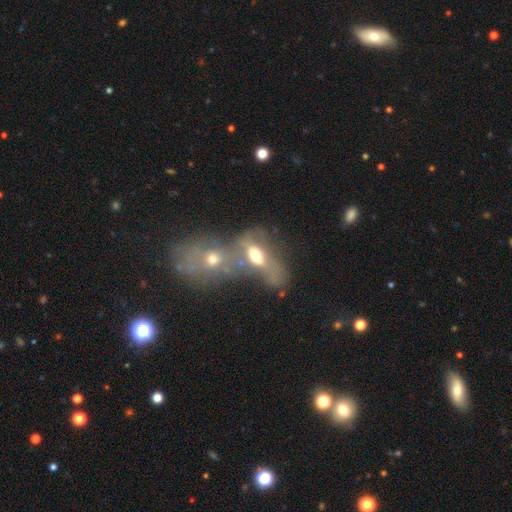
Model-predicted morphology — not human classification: featured or disk 45%, smooth 42%, star or artifact 13%. Down the decision tree: merging — merger (76%).